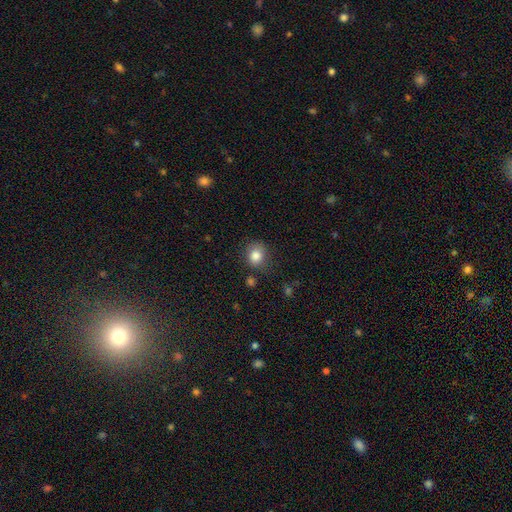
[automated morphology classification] Overall: smooth (84%). How rounded: round (74%). Merging: none (75%).